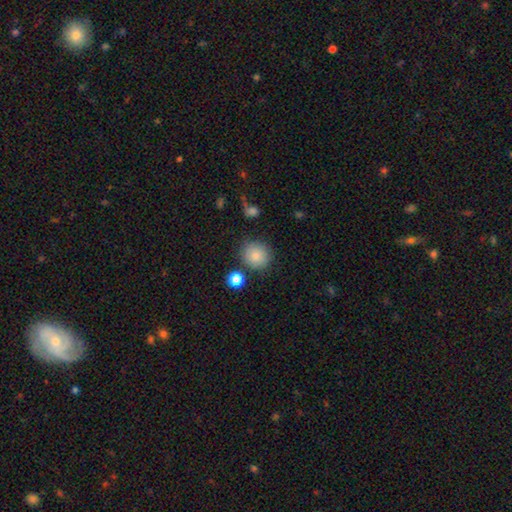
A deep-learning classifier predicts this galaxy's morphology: This appears to be a smooth galaxy with no disk features (83%) that is round (89%). Merging: none (82%).